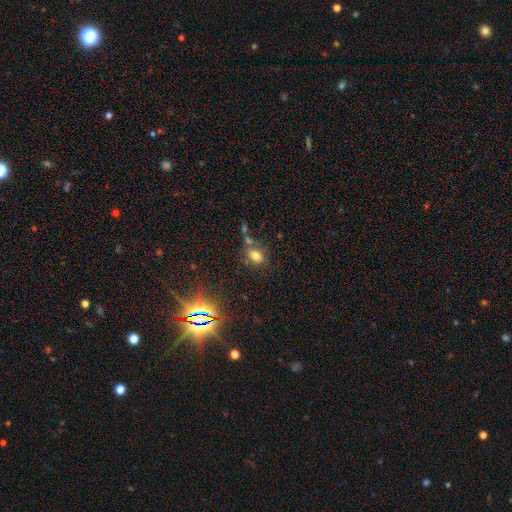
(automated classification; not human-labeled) Smooth or featured? Predicted: smooth (p=0.72). How rounded? Predicted: in between (p=0.77). Merging? Predicted: none (p=0.60).